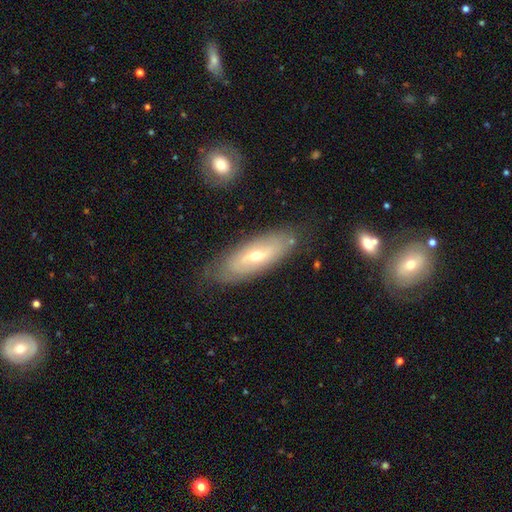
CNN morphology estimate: smooth_or_featured: featured or disk (p=0.61) [alt: smooth p=0.33]
disk_edge_on: no (p=0.75) [alt: yes p=0.25]
merging: none (p=0.78) [alt: minor disturbance p=0.15]